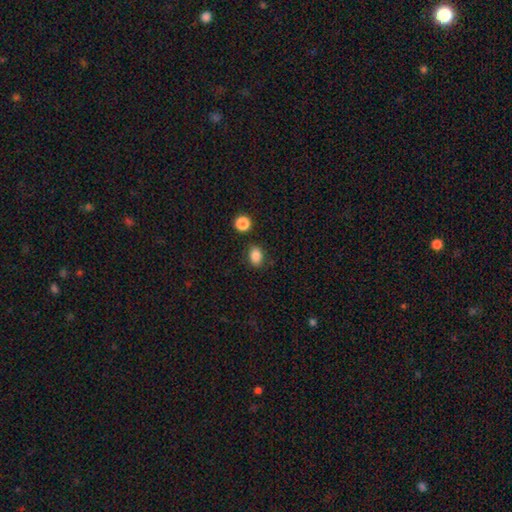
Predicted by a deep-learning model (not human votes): This appears to be a smooth galaxy with no disk features (84%) that is in between round and cigar-shaped (70%). Merging: none (82%).